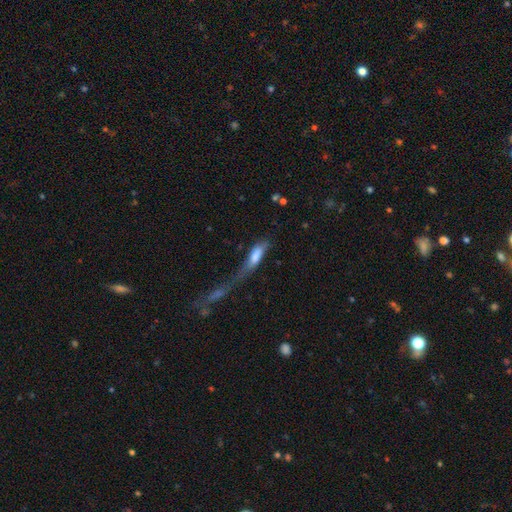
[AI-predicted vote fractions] A smooth galaxy with no disk features (71%) that is in between round and cigar-shaped (53%). Merging: major disturbance (35%).